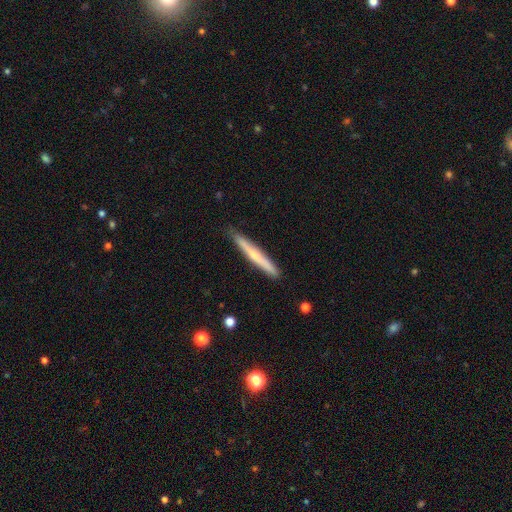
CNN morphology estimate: A featured or disk galaxy (48%). Merging: none (88%).